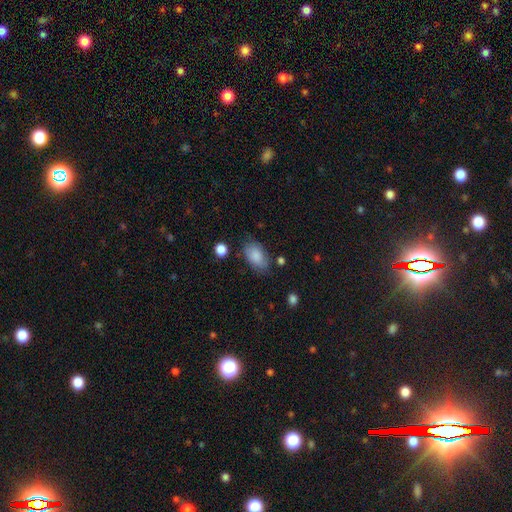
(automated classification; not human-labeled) smooth-or-featured: smooth: 84% | featured or disk: 9% | star or artifact: 7%
  how-rounded: in between: 92% | round: 7% | cigar-shaped: 2%
  merging: none: 71% | minor disturbance: 20% | major disturbance: 6% | merger: 4%